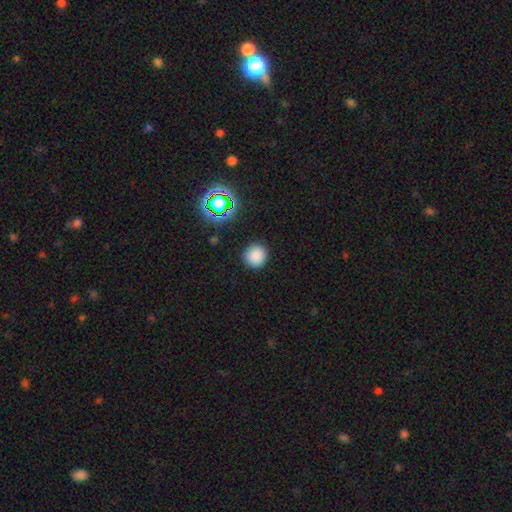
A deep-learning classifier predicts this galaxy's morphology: A smooth galaxy with no disk features (82%) that is round (92%).

Vote fractions:
- Smooth or featured? smooth: 82% / star or artifact: 14% / featured or disk: 4%
- How rounded? round: 92% / in between: 7% / cigar-shaped: 1%
- Merging? none: 90% / minor disturbance: 7% / major disturbance: 2% / merger: 1%